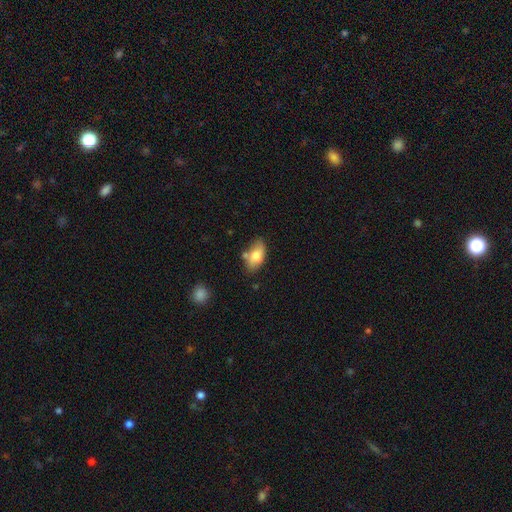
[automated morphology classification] This is likely a smooth galaxy (76%). How rounded: clearly in between (91%). Merging: likely none (62%).